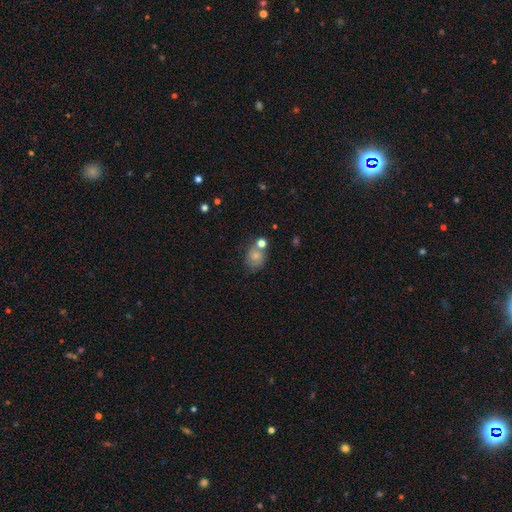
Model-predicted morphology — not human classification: Smooth or featured? smooth (62%)
How rounded? round (57%)
Merging? none (49%)